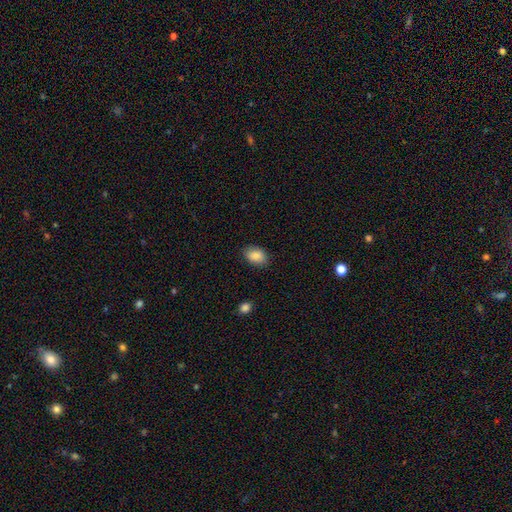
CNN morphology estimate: A smooth galaxy with no disk features (87%) that is in between round and cigar-shaped (84%). Merging: none (84%).